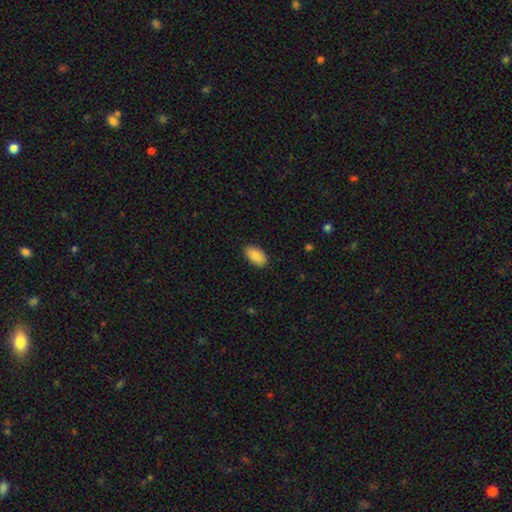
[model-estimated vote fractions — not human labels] smooth_or_featured: smooth (p=0.88) [alt: star or artifact p=0.07]
how_rounded: in between (p=0.95) [alt: round p=0.03]
merging: none (p=0.88) [alt: minor disturbance p=0.09]